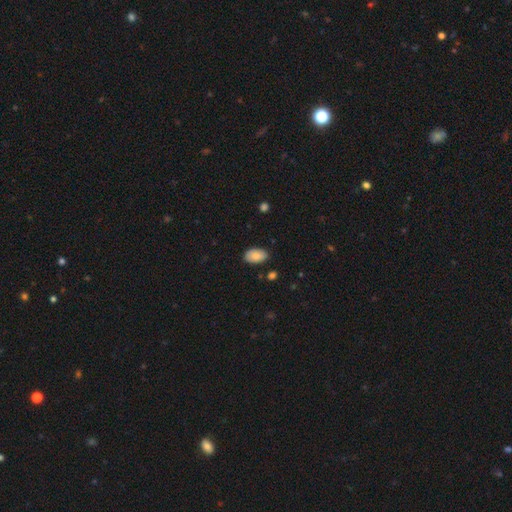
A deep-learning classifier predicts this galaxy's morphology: Smooth or featured? Predicted: smooth (p=0.86). How rounded? Predicted: in between (p=0.93). Merging? Predicted: none (p=0.82).